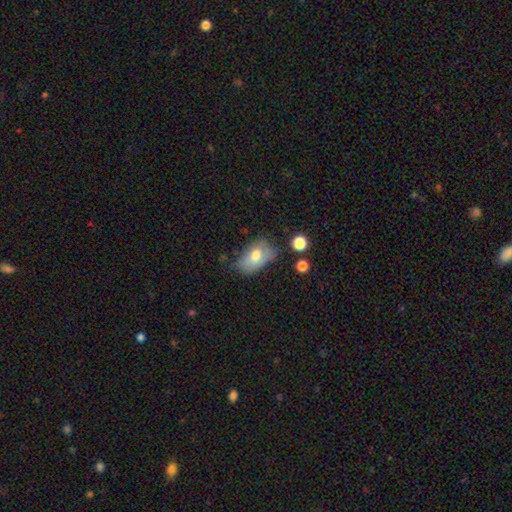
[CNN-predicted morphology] Smooth or featured: smooth — 71% (featured or disk — 21%)
How rounded: in between — 89% (round — 10%)
Merging: none — 49% (minor disturbance — 35%)